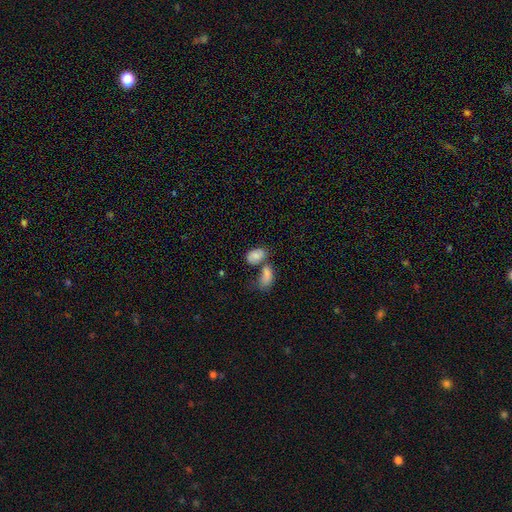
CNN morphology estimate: A smooth galaxy with no disk features (77%) that is in between round and cigar-shaped (89%). Merging: merger (44%).